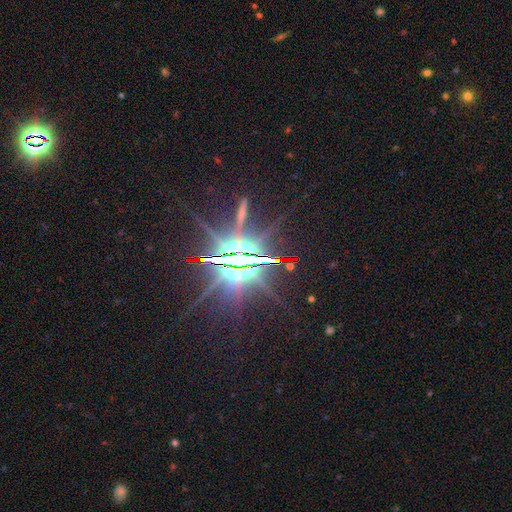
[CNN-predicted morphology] Q: Smooth or featured?
A: star or artifact (78%); runner-up: featured or disk (15%)